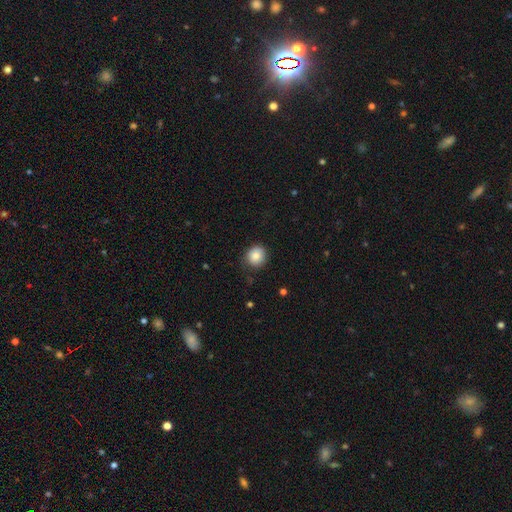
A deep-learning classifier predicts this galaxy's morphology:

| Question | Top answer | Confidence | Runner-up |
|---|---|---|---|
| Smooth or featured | smooth | 83% | star or artifact (9%) |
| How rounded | round | 86% | in between (13%) |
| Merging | none | 80% | minor disturbance (15%) |